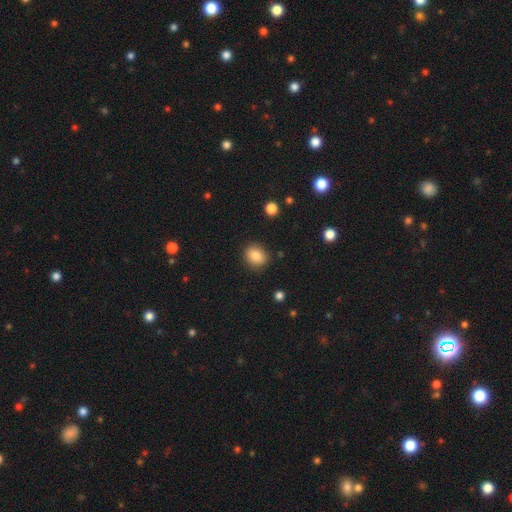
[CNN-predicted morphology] Q: Smooth or featured?
A: smooth (85%); runner-up: star or artifact (9%)
Q: How rounded?
A: round (67%); runner-up: in between (32%)
Q: Merging?
A: none (86%); runner-up: minor disturbance (10%)